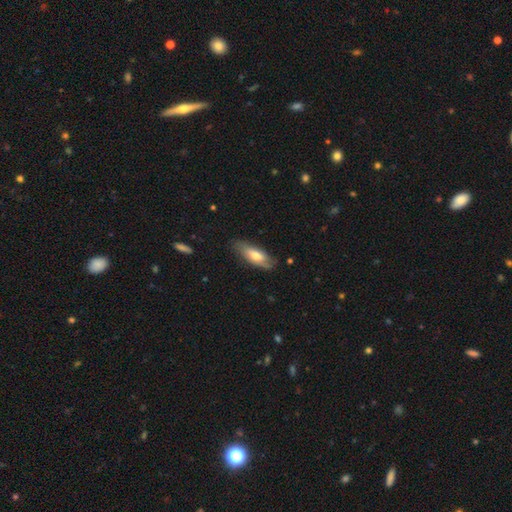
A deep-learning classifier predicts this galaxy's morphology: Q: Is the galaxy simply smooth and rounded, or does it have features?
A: smooth — 59%.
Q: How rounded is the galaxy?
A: in between — 68%.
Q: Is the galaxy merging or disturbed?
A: none — 74%.